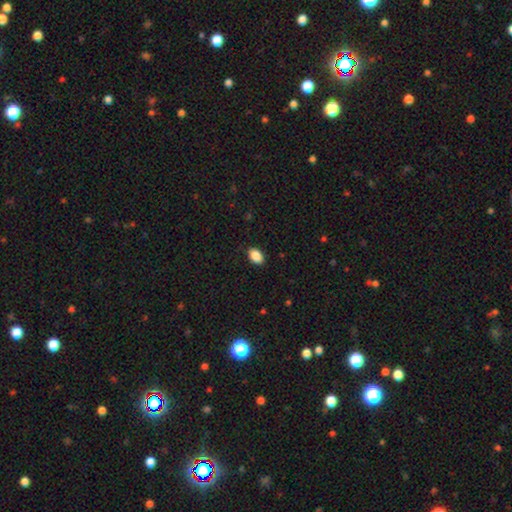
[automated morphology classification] smooth-or-featured: smooth: 89% | star or artifact: 8% | featured or disk: 3%
  how-rounded: in between: 88% | round: 10% | cigar-shaped: 1%
  merging: none: 87% | minor disturbance: 10% | major disturbance: 2% | merger: 1%